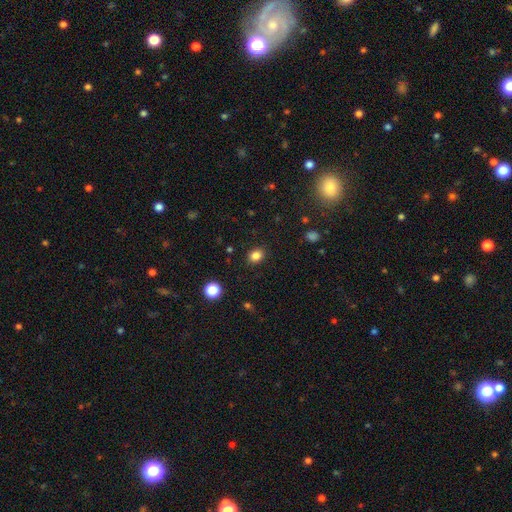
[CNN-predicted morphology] smooth_or_featured: smooth (p=0.84) [alt: star or artifact p=0.12]
how_rounded: round (p=0.53) [alt: in between p=0.46]
merging: none (p=0.88) [alt: minor disturbance p=0.08]